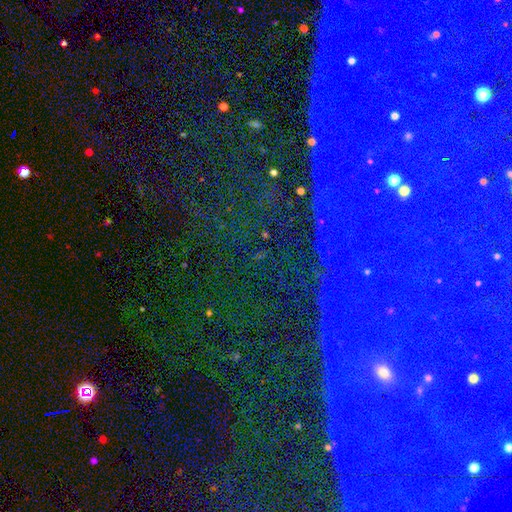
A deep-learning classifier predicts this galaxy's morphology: A star or artifact, not a galaxy (77%).

Vote fractions:
- Smooth or featured? star or artifact: 77% / featured or disk: 13% / smooth: 10%